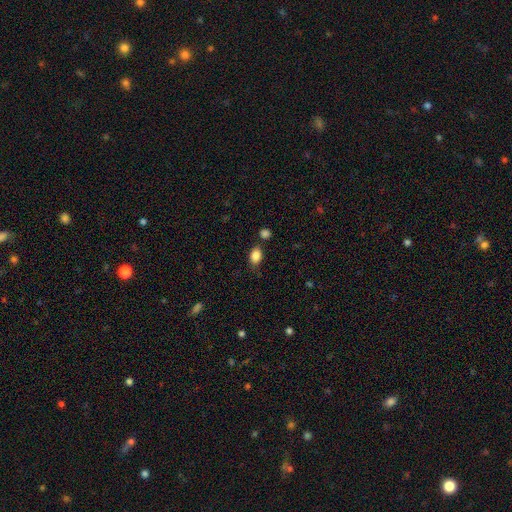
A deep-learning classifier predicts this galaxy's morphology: A smooth galaxy with no disk features (86%) that is in between round and cigar-shaped (81%).

Vote fractions:
- Smooth or featured? smooth: 86% / star or artifact: 9% / featured or disk: 5%
- How rounded? in between: 81% / round: 18% / cigar-shaped: 1%
- Merging? none: 73% / minor disturbance: 16% / merger: 7% / major disturbance: 4%